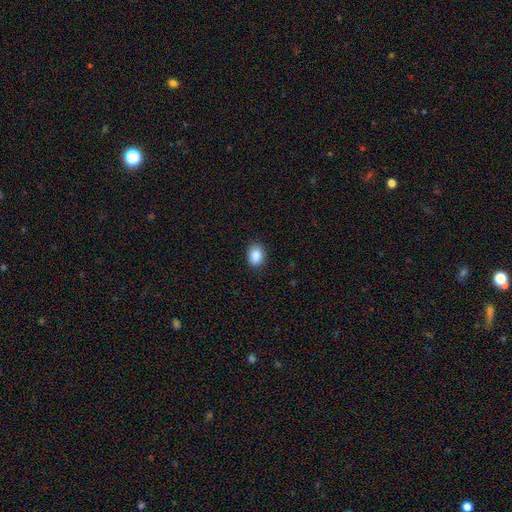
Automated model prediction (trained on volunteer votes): Smooth or featured: smooth — 89% (star or artifact — 8%)
How rounded: in between — 64% (round — 35%)
Merging: none — 87% (minor disturbance — 10%)